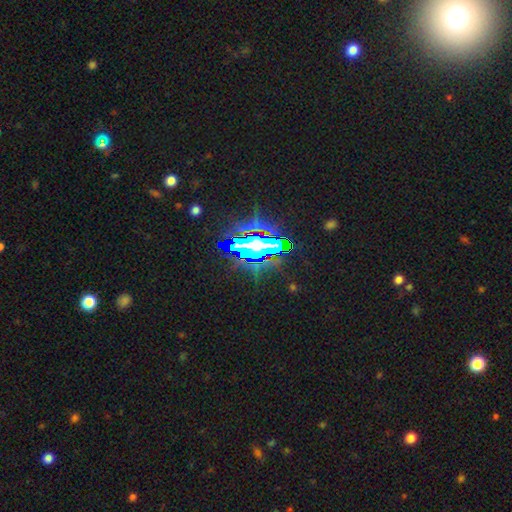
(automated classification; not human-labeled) A star or artifact, not a galaxy (63%).